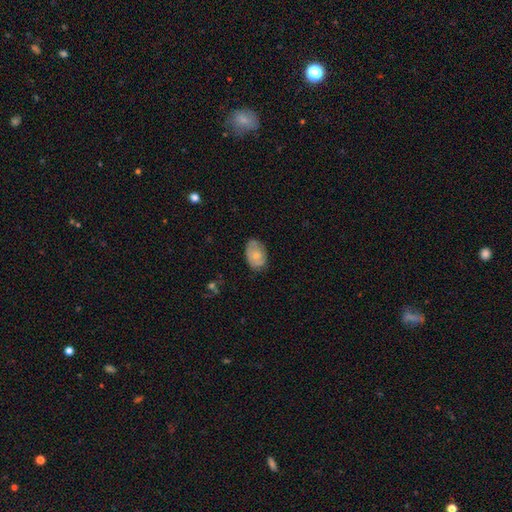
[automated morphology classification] type=smooth (63%); roundness=in between (85%); merging=none (68%).